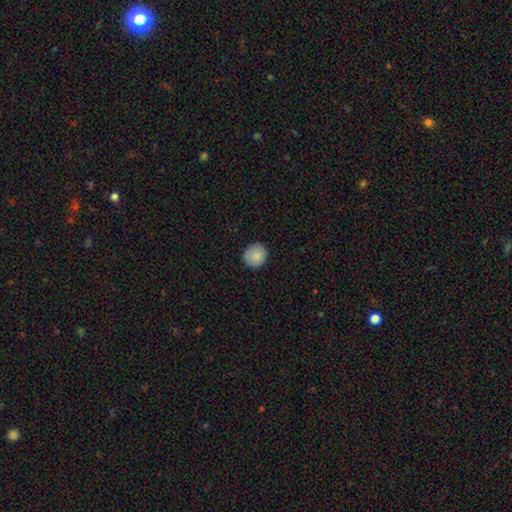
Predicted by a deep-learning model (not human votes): A smooth galaxy with no disk features (87%) that is round (89%).

Vote fractions:
- Smooth or featured? smooth: 87% / star or artifact: 8% / featured or disk: 5%
- How rounded? round: 89% / in between: 10% / cigar-shaped: 1%
- Merging? none: 87% / minor disturbance: 10% / major disturbance: 2% / merger: 1%